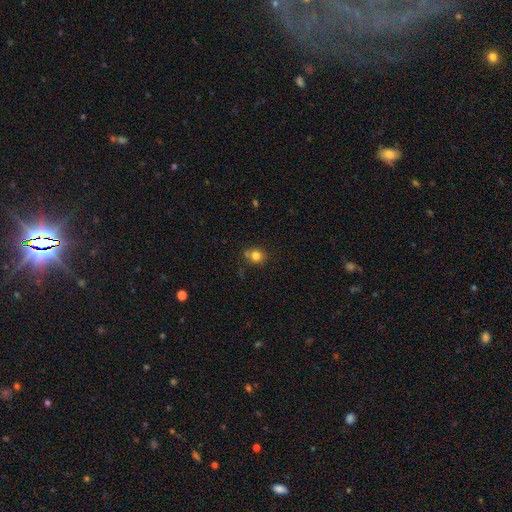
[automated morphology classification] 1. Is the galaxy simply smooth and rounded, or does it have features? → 81% smooth, 12% star or artifact, 7% featured or disk.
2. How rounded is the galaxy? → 75% round, 24% in between, 1% cigar-shaped.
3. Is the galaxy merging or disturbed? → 70% none, 17% minor disturbance, 9% merger, 4% major disturbance.